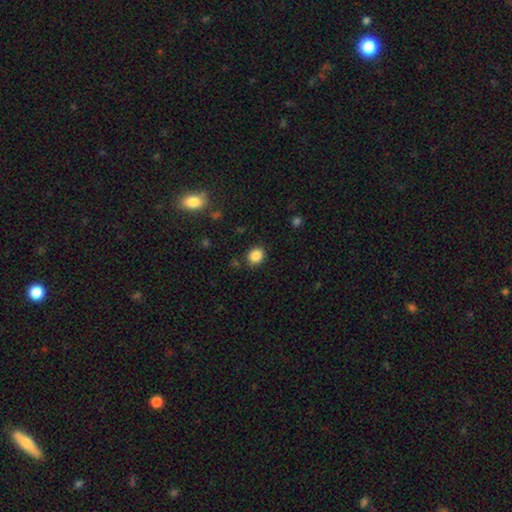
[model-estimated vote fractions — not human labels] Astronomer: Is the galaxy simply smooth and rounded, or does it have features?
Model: smooth — 86%.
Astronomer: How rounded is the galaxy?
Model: round — 61% (runner-up: in between, 38%).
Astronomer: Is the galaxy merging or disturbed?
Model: none — 85%.